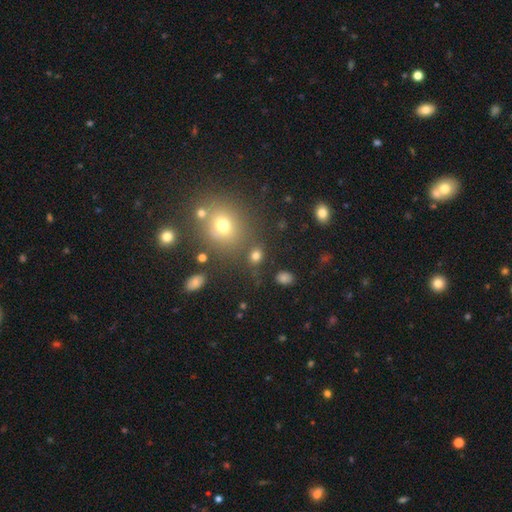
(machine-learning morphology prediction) A smooth galaxy with no disk features (74%) that is round (55%).

Vote fractions:
- Smooth or featured? smooth: 74% / star or artifact: 18% / featured or disk: 8%
- How rounded? round: 55% / in between: 43% / cigar-shaped: 2%
- Merging? none: 73% / minor disturbance: 12% / merger: 9% / major disturbance: 6%